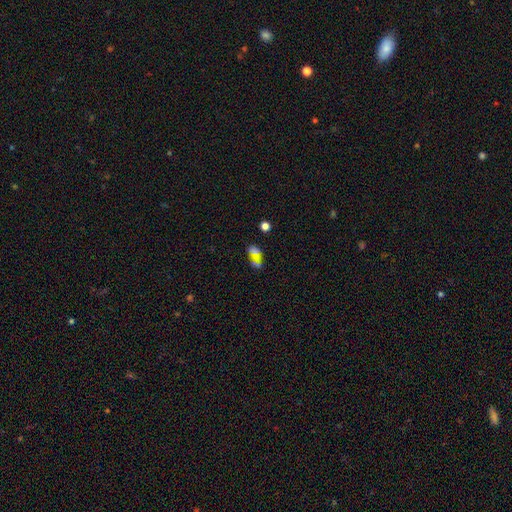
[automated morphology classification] Smooth or featured: smooth — 46% (star or artifact — 31%)
Merging: none — 48% (merger — 22%)